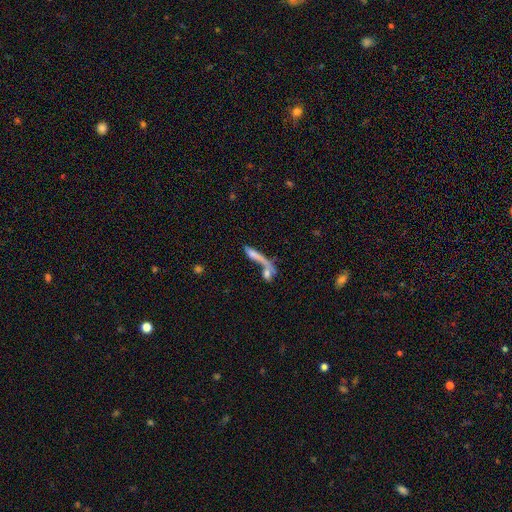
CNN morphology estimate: A smooth galaxy with no disk features (60%) that is cigar-shaped (72%).

Vote fractions:
- Smooth or featured? smooth: 60% / featured or disk: 30% / star or artifact: 10%
- How rounded? cigar-shaped: 72% / in between: 23% / round: 4%
- Merging? merger: 53% / none: 28% / major disturbance: 11% / minor disturbance: 9%